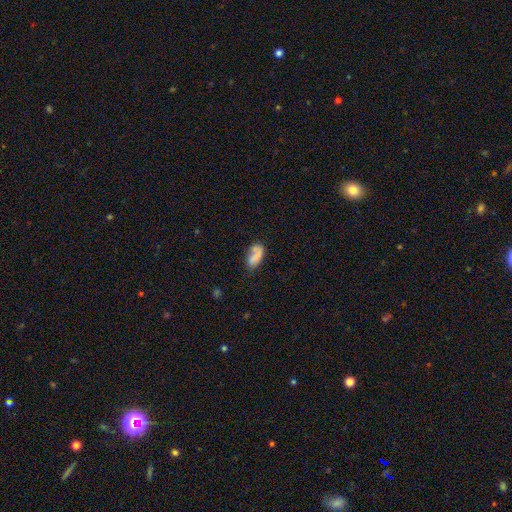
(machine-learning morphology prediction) Q: Smooth or featured?
A: smooth (69%); runner-up: featured or disk (22%)
Q: How rounded?
A: in between (90%); runner-up: cigar-shaped (5%)
Q: Merging?
A: none (44%); runner-up: minor disturbance (25%)